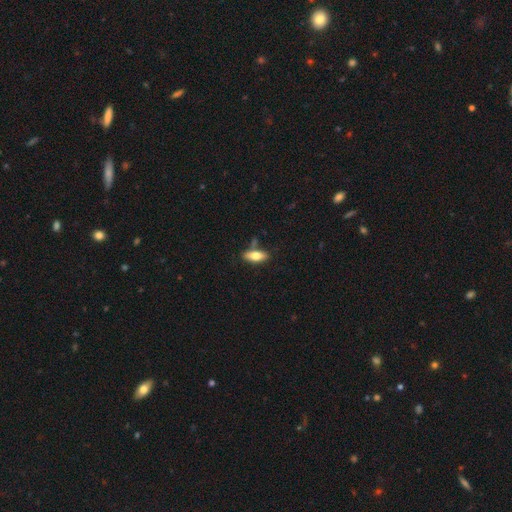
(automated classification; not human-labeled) Smooth or featured? smooth (70%)
How rounded? in between (75%)
Merging? none (76%)